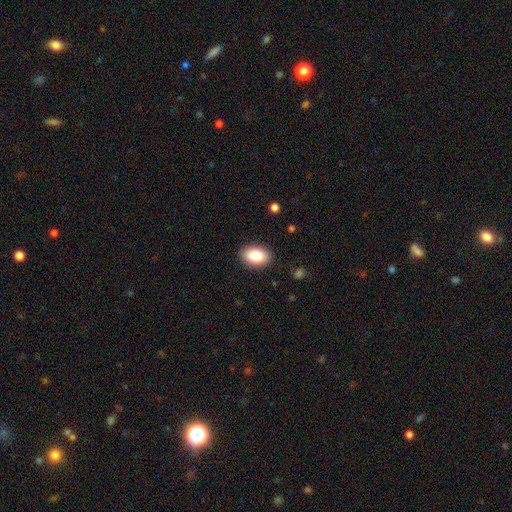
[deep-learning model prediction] This is clearly a smooth galaxy (84%). How rounded: clearly in between (88%). Merging: clearly none (88%).